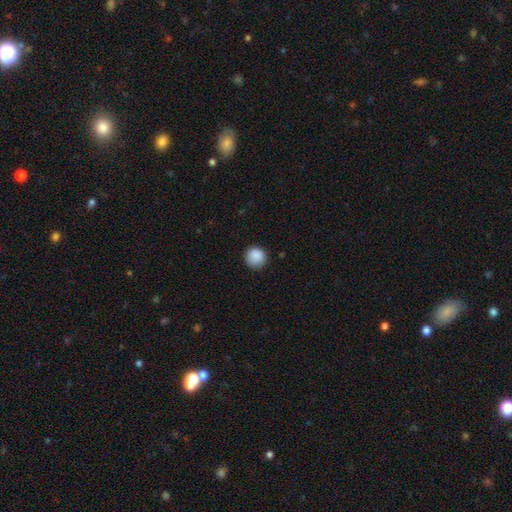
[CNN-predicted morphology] This is clearly a smooth galaxy (88%). How rounded: clearly round (92%). Merging: clearly none (85%).